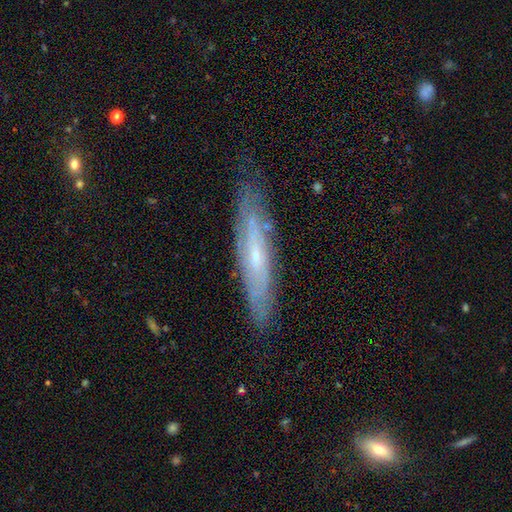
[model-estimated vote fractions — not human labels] Smooth or featured: featured or disk — 67% (smooth — 25%)
Edge-on disk: yes — 58% (no — 42%)
Merging: none — 79% (minor disturbance — 16%)